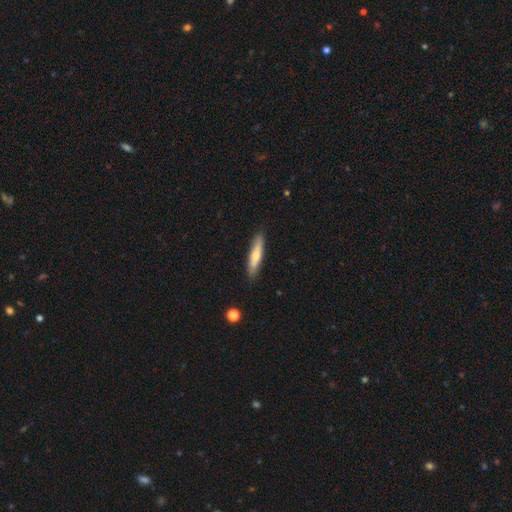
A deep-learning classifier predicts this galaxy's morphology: Smooth or featured? Predicted: smooth (p=0.59). How rounded? Predicted: cigar-shaped (p=0.84). Merging? Predicted: none (p=0.88).